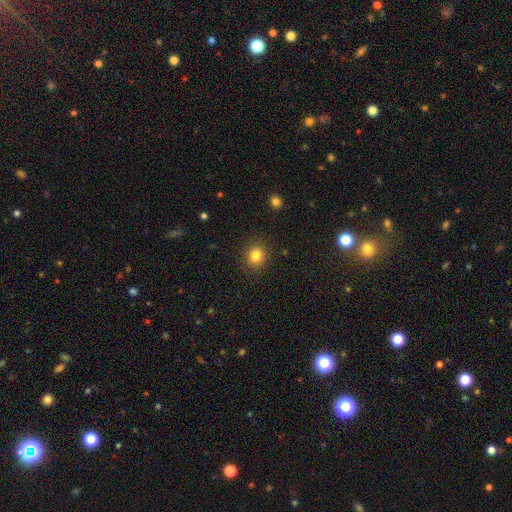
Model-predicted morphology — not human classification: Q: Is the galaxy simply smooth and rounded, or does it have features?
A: smooth — 83%.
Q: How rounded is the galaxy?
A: round — 82%.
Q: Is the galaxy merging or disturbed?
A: none — 89%.